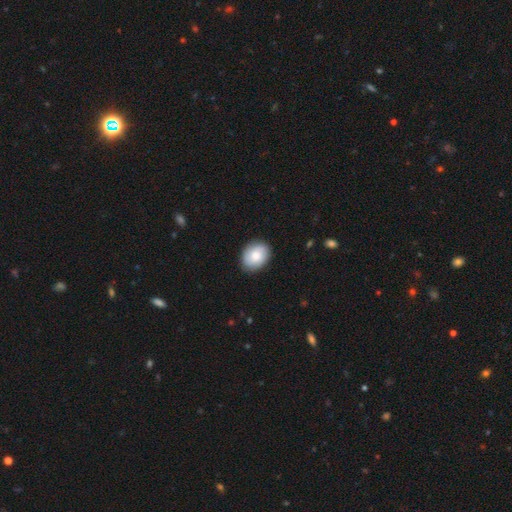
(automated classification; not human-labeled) This is likely a smooth galaxy (73%). How rounded: likely in between (60%). Merging: clearly none (85%).